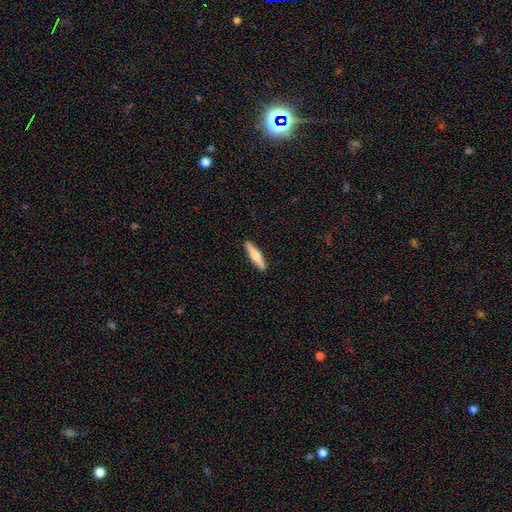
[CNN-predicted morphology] smooth 56%, featured or disk 38%, star or artifact 5%. Down the decision tree: how rounded — cigar-shaped (84%); merging — none (91%).